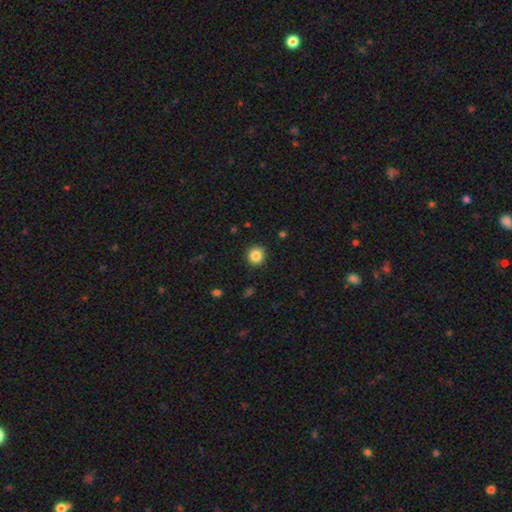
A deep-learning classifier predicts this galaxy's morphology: A smooth galaxy with no disk features (85%) that is round (93%). Merging: none (89%).